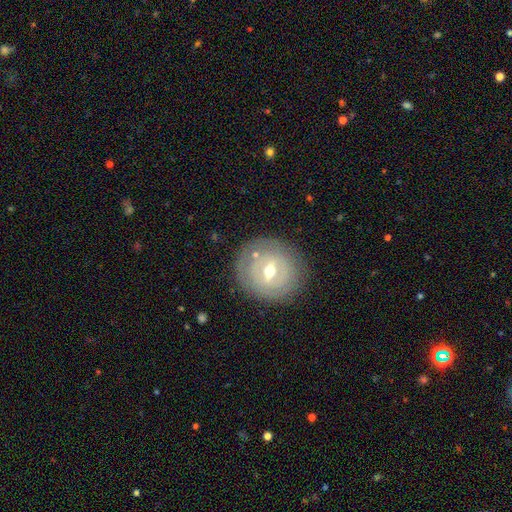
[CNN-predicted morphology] smooth_or_featured: featured or disk (p=0.68) [alt: smooth p=0.25]
disk_edge_on: no (p=0.93) [alt: yes p=0.07]
bar: weak (p=0.52) [alt: strong p=0.27]
has_spiral_arms: yes (p=0.50) [tied with: no p=0.50]
bulge_size: moderate (p=0.69) [alt: small p=0.26]
merging: none (p=0.82) [alt: minor disturbance p=0.12]